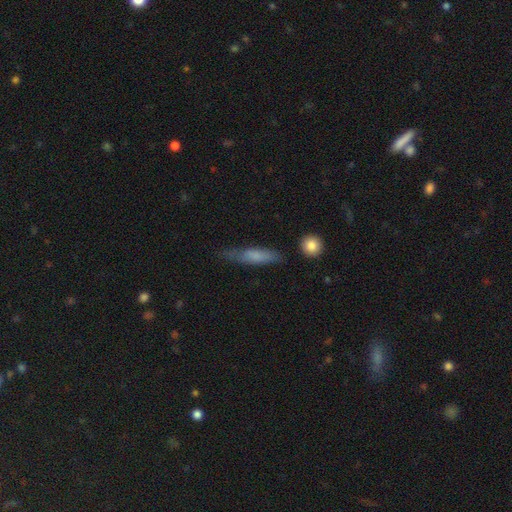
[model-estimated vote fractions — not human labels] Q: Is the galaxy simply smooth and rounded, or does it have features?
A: smooth — 67%.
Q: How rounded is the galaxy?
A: cigar-shaped — 80%.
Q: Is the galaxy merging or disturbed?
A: none — 62%.